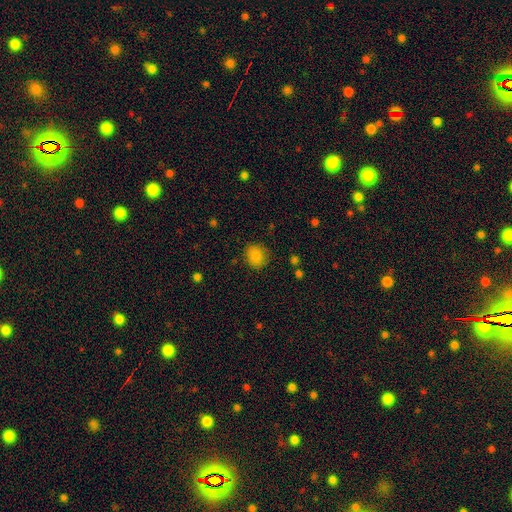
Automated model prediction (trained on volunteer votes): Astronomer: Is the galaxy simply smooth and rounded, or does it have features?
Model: smooth — 84%.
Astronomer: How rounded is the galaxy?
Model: round — 82%.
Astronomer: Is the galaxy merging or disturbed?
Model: none — 85%.